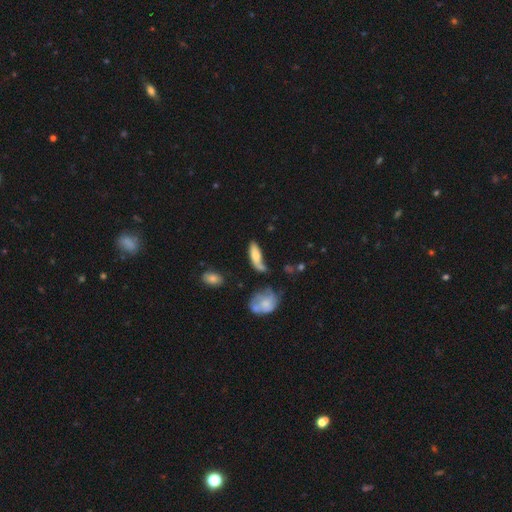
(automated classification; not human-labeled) smooth_or_featured: smooth (p=0.65) [alt: featured or disk p=0.27]
how_rounded: in between (p=0.61) [alt: cigar-shaped p=0.36]
merging: none (p=0.38) [alt: minor disturbance p=0.26]